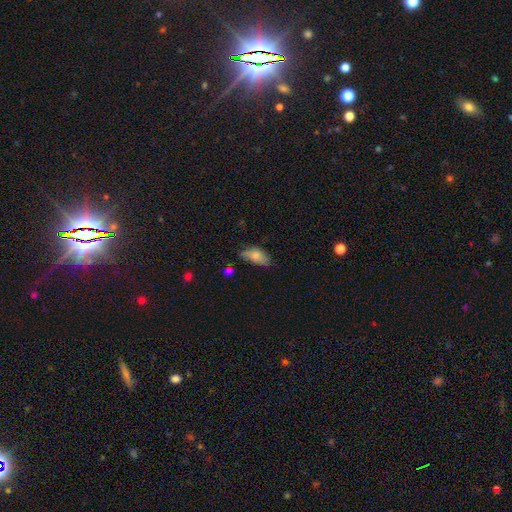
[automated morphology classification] This appears to be a smooth galaxy with no disk features (76%) that is in between round and cigar-shaped (90%). Merging: none (44%).